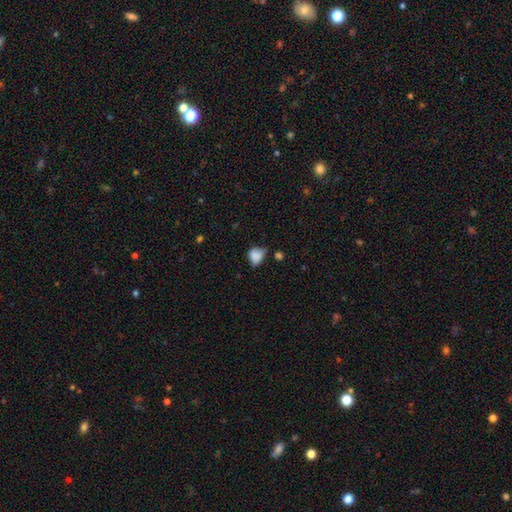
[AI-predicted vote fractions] smooth 78%, featured or disk 11%, star or artifact 10%. Down the decision tree: how rounded — in between (60%); merging — minor disturbance (39%).